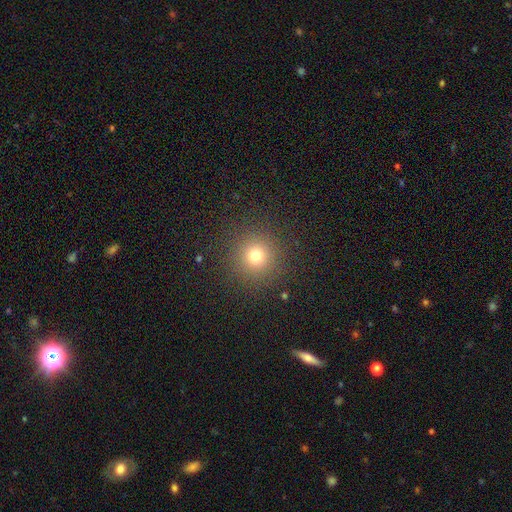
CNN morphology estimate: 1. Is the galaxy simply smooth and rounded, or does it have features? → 74% smooth, 19% star or artifact, 7% featured or disk.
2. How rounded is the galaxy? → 95% round, 4% in between, 1% cigar-shaped.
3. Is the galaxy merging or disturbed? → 90% none, 6% minor disturbance, 3% major disturbance, 1% merger.